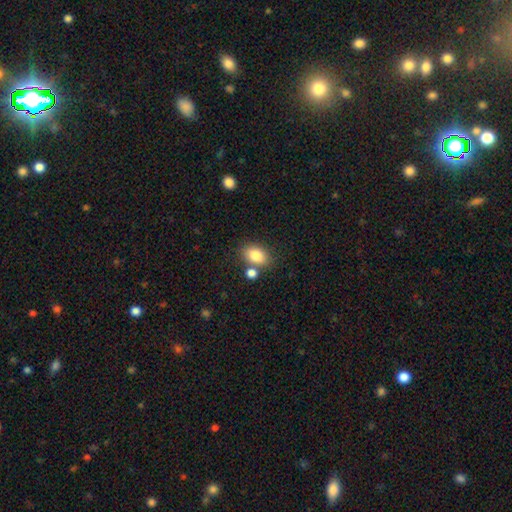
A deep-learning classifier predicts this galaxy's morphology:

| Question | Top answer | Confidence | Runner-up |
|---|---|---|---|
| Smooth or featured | smooth | 84% | star or artifact (9%) |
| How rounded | in between | 79% | round (20%) |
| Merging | none | 66% | merger (17%) |